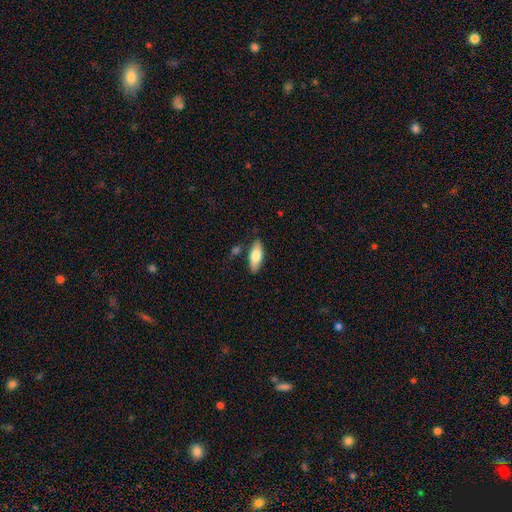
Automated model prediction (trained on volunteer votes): This is likely a smooth galaxy (78%). How rounded: likely in between (77%). Merging: likely none (78%).